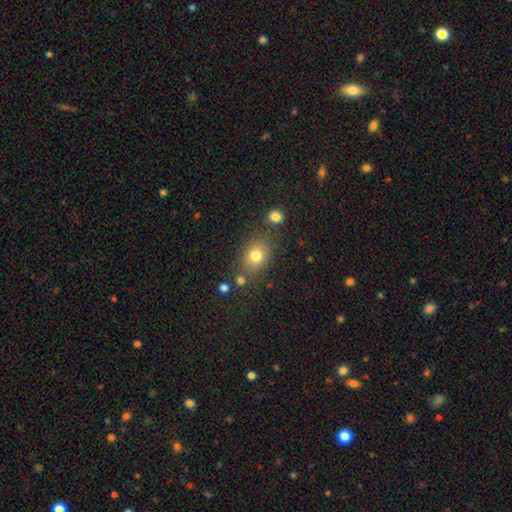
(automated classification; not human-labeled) Q: Smooth or featured?
A: smooth (77%); runner-up: star or artifact (13%)
Q: How rounded?
A: in between (57%); runner-up: round (42%)
Q: Merging?
A: none (72%); runner-up: minor disturbance (14%)